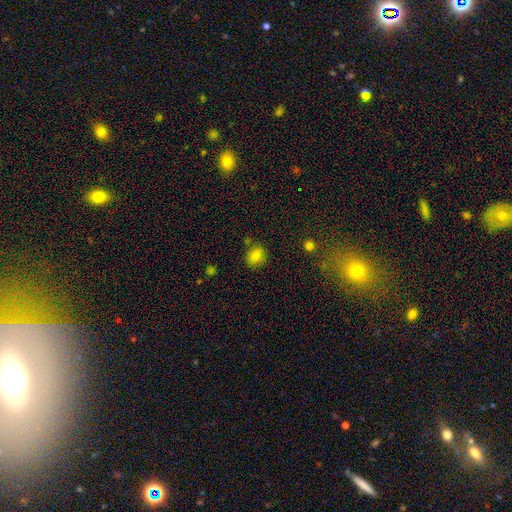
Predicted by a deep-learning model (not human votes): Smooth or featured? smooth (80%)
How rounded? round (57%)
Merging? none (80%)